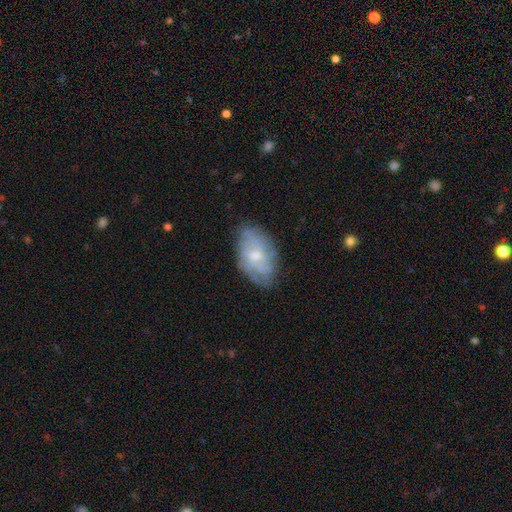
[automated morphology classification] Smooth or featured? featured or disk (60%)
Edge-on disk? no (95%)
Bar? no (59%)
Spiral arms? yes (69%)
Bulge size? small (58%)
Merging? none (67%)